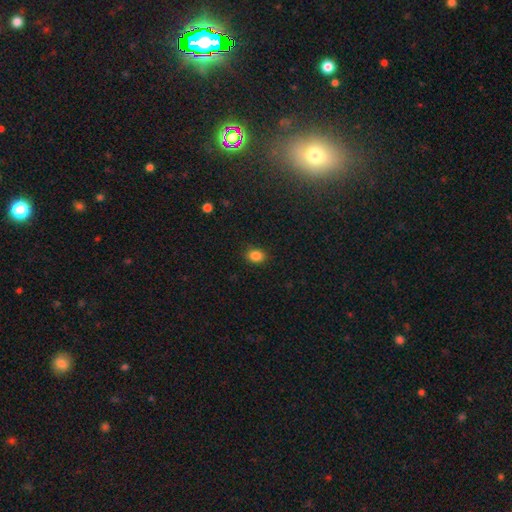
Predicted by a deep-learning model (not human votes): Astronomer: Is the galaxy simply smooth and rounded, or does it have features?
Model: smooth — 86%.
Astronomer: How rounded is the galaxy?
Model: in between — 59% (runner-up: round, 40%).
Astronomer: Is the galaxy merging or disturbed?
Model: none — 86%.